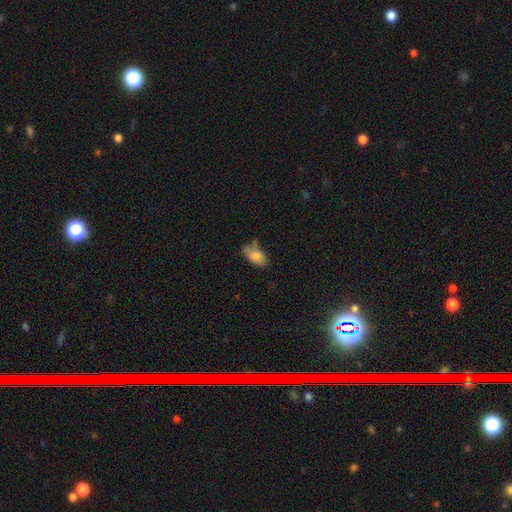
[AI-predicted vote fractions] Q: Smooth or featured?
A: smooth (79%); runner-up: featured or disk (13%)
Q: How rounded?
A: in between (91%); runner-up: round (7%)
Q: Merging?
A: none (46%); runner-up: minor disturbance (32%)